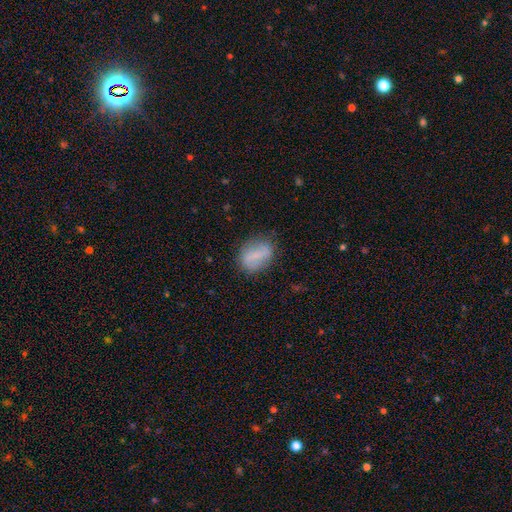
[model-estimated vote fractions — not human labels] Smooth or featured? Predicted: smooth (p=0.62). How rounded? Predicted: in between (p=0.71). Merging? Predicted: none (p=0.75).